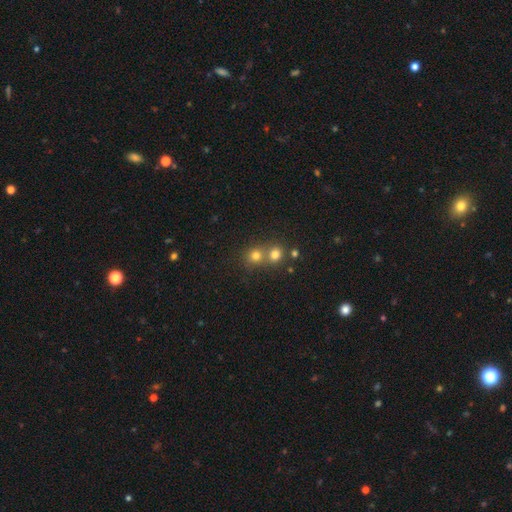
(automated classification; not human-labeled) A smooth galaxy with no disk features (75%) that is round (84%). Merging: merger (46%, tied with none).